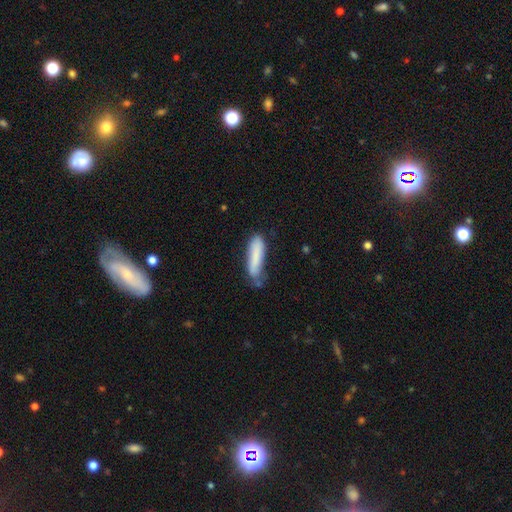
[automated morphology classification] Q: Smooth or featured?
A: smooth (81%); runner-up: featured or disk (12%)
Q: How rounded?
A: cigar-shaped (70%); runner-up: in between (29%)
Q: Merging?
A: none (54%); runner-up: minor disturbance (32%)